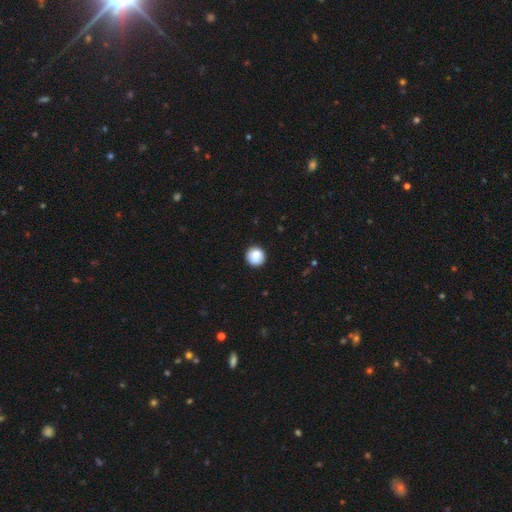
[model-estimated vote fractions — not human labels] Smooth or featured? smooth (84%)
How rounded? round (93%)
Merging? none (89%)